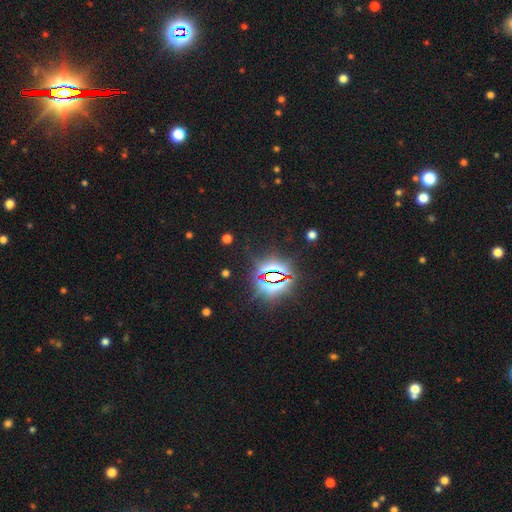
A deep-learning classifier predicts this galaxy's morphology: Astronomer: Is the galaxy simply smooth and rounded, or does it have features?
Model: star or artifact — 84%.